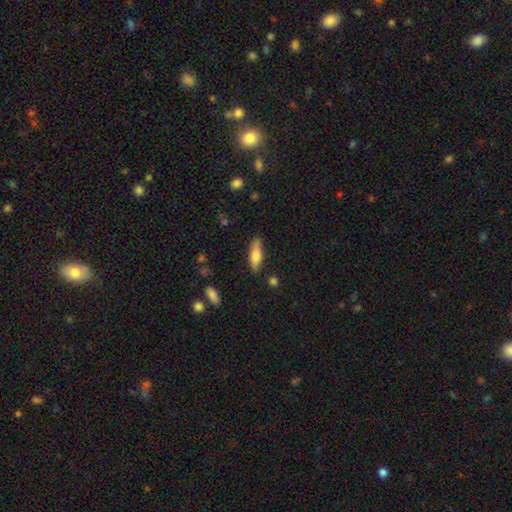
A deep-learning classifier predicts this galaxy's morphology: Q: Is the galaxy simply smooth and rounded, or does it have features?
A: smooth — 74%.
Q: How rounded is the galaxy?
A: cigar-shaped — 51%.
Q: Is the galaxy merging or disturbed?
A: none — 77%.